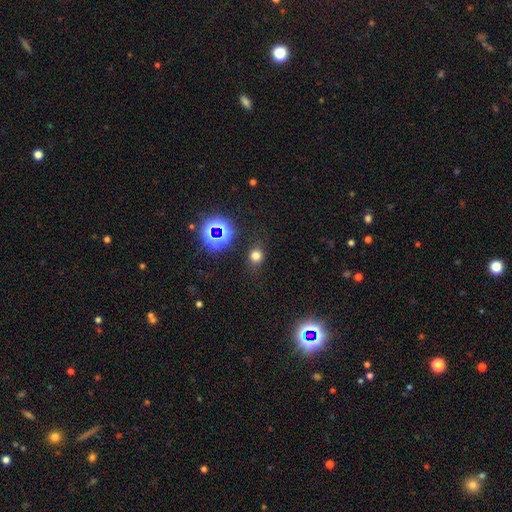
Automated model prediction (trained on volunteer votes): Smooth or featured?
  - smooth: 70% *
  - star or artifact: 24%
  - featured or disk: 7%
How rounded?
  - round: 77% *
  - in between: 21%
  - cigar-shaped: 1%
Merging?
  - none: 82% *
  - minor disturbance: 12%
  - major disturbance: 5%
  - merger: 2%